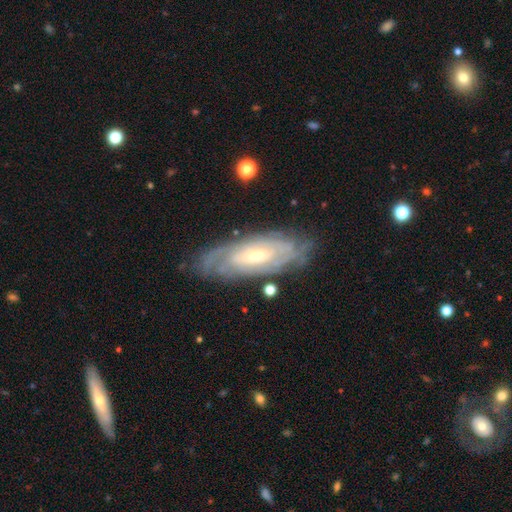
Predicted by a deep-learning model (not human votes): The model was most divided on "bar": no: 50%, weak: 38%, strong: 12%. More confident: spiral arms — yes (91%); edge-on disk — no (87%); smooth or featured — featured or disk (81%); merging — none (77%); spiral winding — tight (75%); spiral arm count — can't tell (56%); bulge size — small (54%).